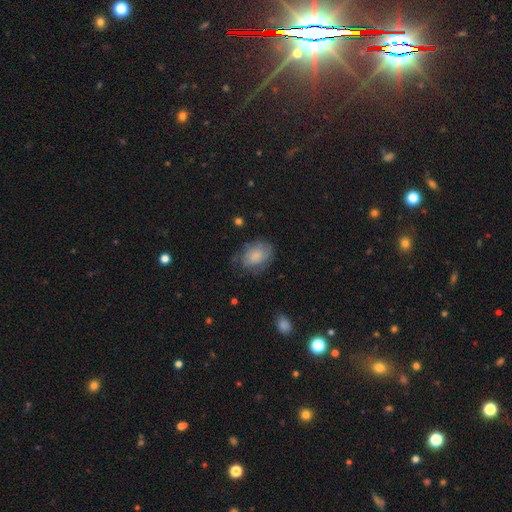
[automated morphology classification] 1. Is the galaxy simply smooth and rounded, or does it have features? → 73% smooth, 19% featured or disk, 7% star or artifact.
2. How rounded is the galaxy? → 79% in between, 19% round, 1% cigar-shaped.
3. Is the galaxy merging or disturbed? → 63% none, 25% minor disturbance, 10% major disturbance, 2% merger.